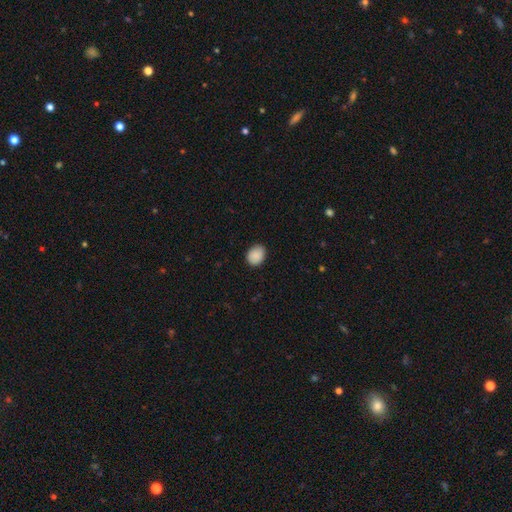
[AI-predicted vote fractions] Smooth or featured?
  - smooth: 89% *
  - star or artifact: 7%
  - featured or disk: 4%
How rounded?
  - in between: 52% *
  - round: 47%
  - cigar-shaped: 1%
Merging?
  - none: 84% *
  - minor disturbance: 12%
  - major disturbance: 2%
  - merger: 1%